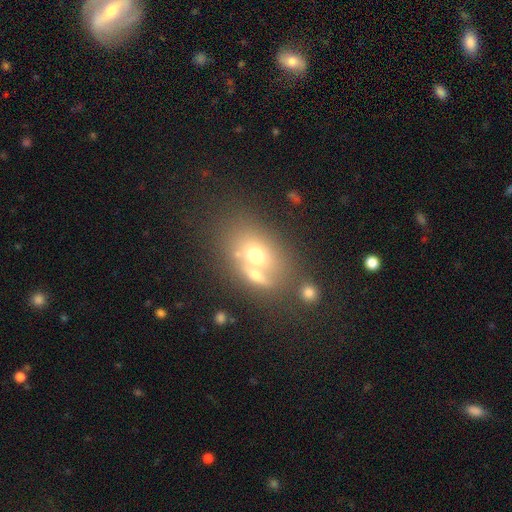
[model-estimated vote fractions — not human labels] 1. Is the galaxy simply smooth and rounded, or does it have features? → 61% smooth, 26% featured or disk, 12% star or artifact.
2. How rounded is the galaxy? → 69% in between, 29% round, 3% cigar-shaped.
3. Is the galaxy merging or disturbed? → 45% merger, 37% none, 11% minor disturbance, 7% major disturbance.